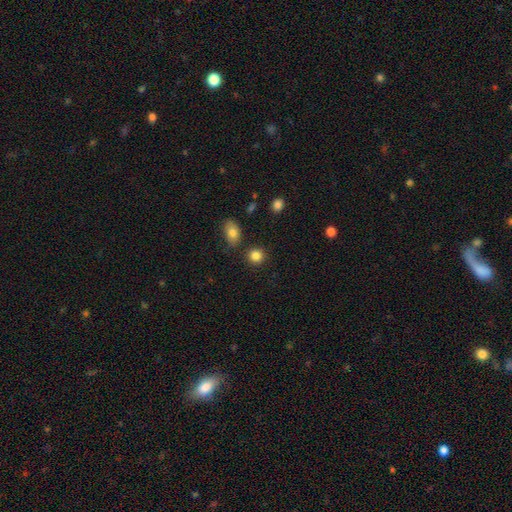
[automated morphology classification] Overall: smooth (85%). How rounded: round (85%). Merging: none (84%).